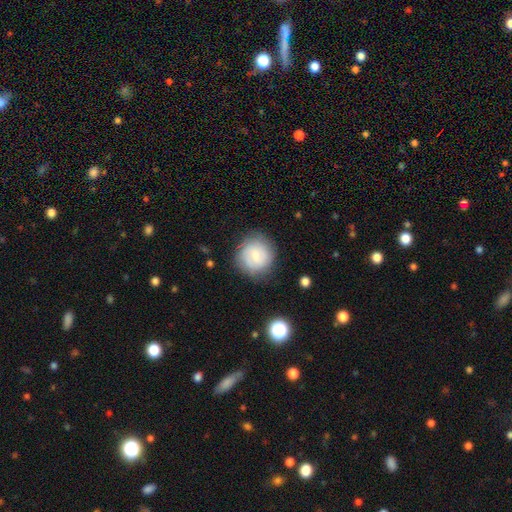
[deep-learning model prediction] Q: Smooth or featured?
A: smooth (61%); runner-up: featured or disk (31%)
Q: How rounded?
A: round (87%); runner-up: in between (12%)
Q: Merging?
A: none (77%); runner-up: minor disturbance (16%)